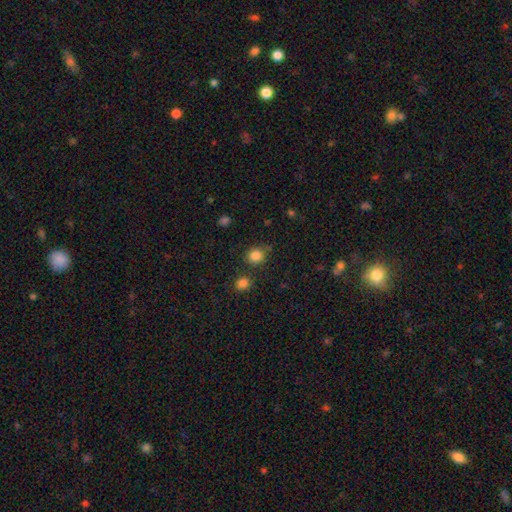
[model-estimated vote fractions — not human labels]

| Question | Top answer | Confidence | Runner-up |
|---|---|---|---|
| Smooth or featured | smooth | 84% | star or artifact (12%) |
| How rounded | round | 86% | in between (13%) |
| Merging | none | 79% | minor disturbance (11%) |